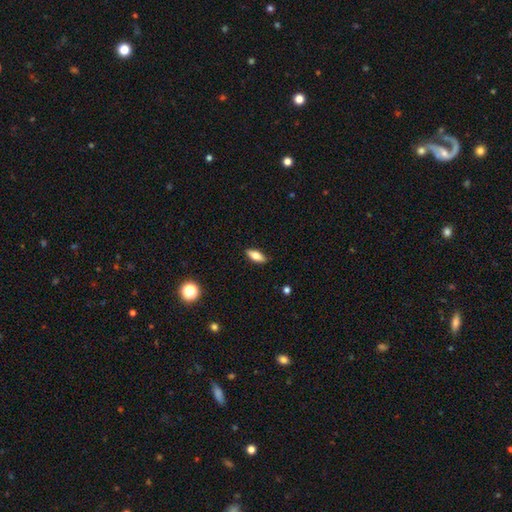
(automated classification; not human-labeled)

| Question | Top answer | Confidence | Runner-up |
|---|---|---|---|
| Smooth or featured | smooth | 68% | featured or disk (25%) |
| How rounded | in between | 73% | cigar-shaped (24%) |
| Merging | none | 89% | minor disturbance (9%) |